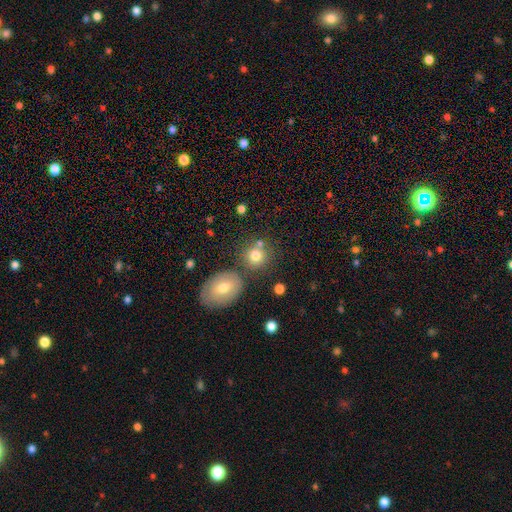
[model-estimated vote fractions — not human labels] smooth_or_featured: smooth (p=0.77) [alt: featured or disk p=0.12]
how_rounded: round (p=0.82) [alt: in between p=0.17]
merging: none (p=0.65) [alt: merger p=0.20]